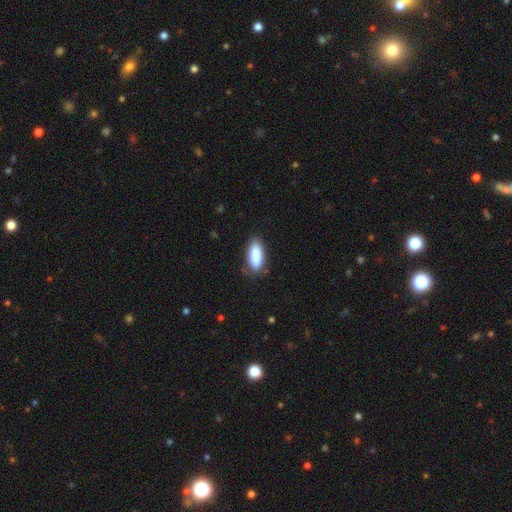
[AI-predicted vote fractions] Morphology: type=smooth (85%); roundness=in between (73%); merging=none (78%).